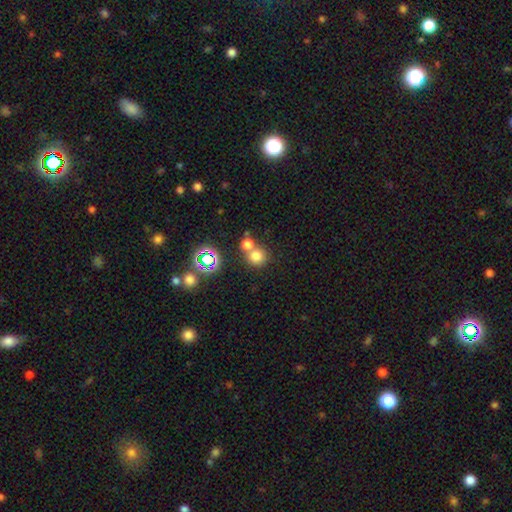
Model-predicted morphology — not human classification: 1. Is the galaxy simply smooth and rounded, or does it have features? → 73% smooth, 19% star or artifact, 8% featured or disk.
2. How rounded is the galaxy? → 88% round, 11% in between, 1% cigar-shaped.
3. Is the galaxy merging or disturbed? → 56% none, 33% merger, 7% minor disturbance, 3% major disturbance.